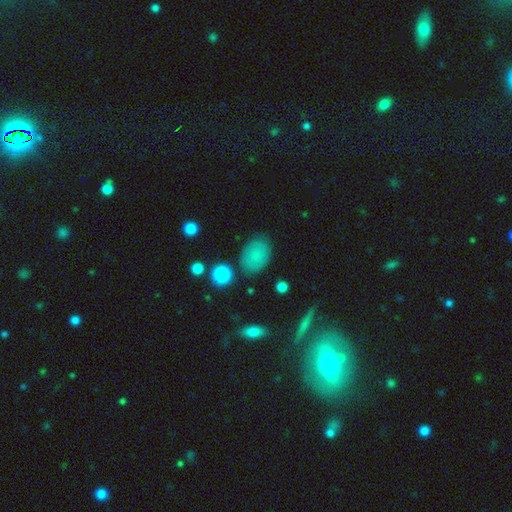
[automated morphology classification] type=smooth (79%); roundness=in between (78%); merging=none (79%).